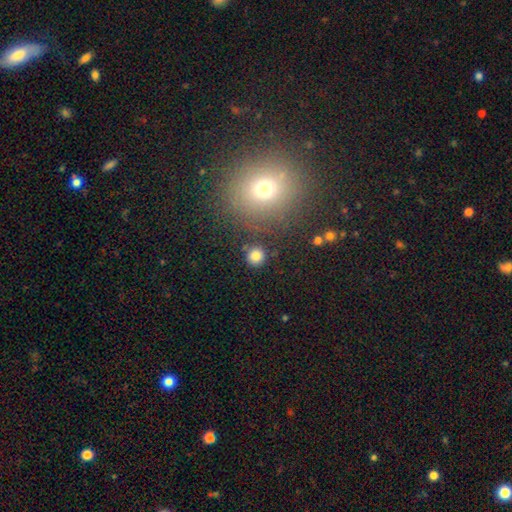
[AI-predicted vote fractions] smooth_or_featured: smooth (p=0.82) [alt: star or artifact p=0.12]
how_rounded: round (p=0.93) [alt: in between p=0.06]
merging: none (p=0.85) [alt: minor disturbance p=0.07]